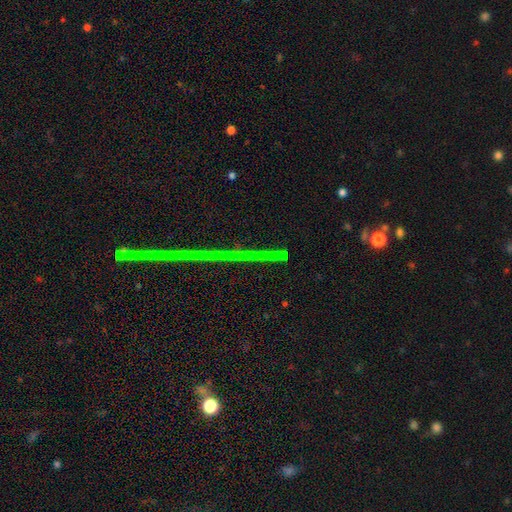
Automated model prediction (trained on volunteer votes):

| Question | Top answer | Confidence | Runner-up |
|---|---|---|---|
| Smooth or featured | star or artifact | 80% | featured or disk (12%) |